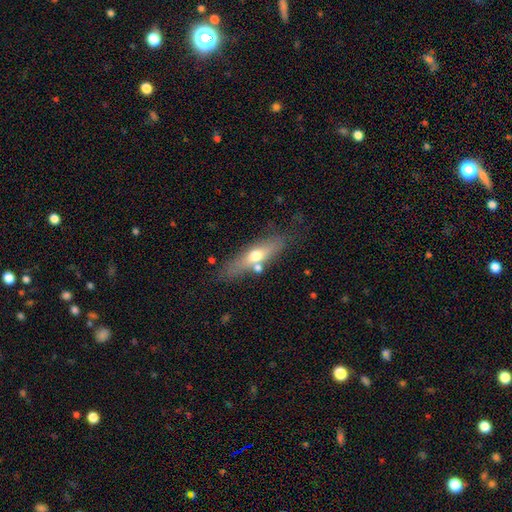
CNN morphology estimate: Smooth or featured: smooth — 51% (featured or disk — 42%)
How rounded: cigar-shaped — 60% (in between — 36%)
Merging: none — 69% (minor disturbance — 15%)